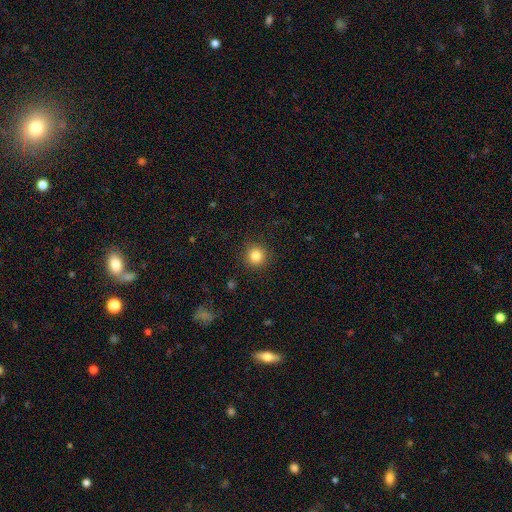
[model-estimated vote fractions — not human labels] smooth-or-featured: smooth: 84% | star or artifact: 11% | featured or disk: 5%
  how-rounded: round: 94% | in between: 5% | cigar-shaped: 1%
  merging: none: 91% | minor disturbance: 6% | major disturbance: 2% | merger: 1%